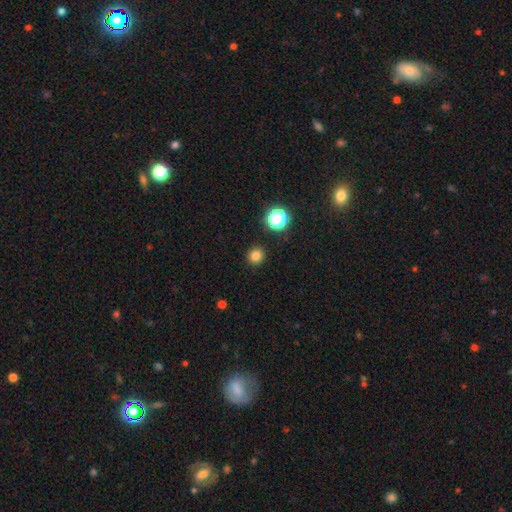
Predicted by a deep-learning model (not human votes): Overall: smooth (81%). How rounded: round (93%). Merging: none (92%).